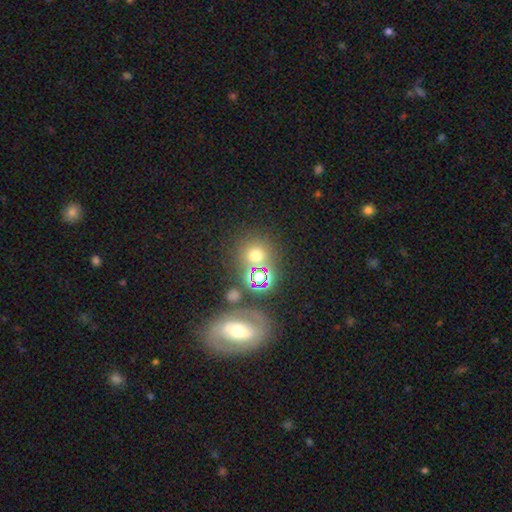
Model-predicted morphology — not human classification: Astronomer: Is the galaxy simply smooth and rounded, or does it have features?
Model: smooth — 58%.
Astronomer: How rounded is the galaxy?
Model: round — 87%.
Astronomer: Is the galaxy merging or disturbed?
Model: none — 72%.